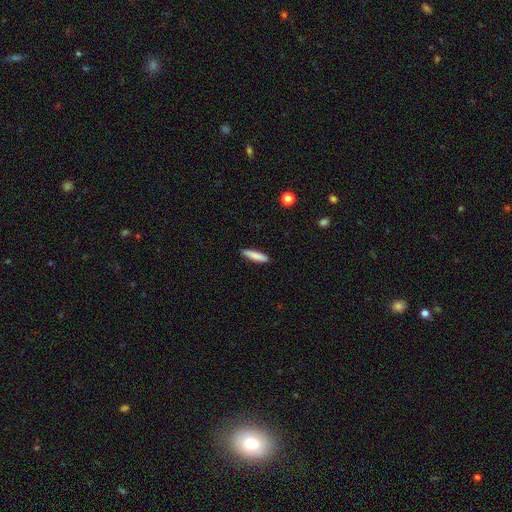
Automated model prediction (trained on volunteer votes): Smooth or featured? smooth (85%)
How rounded? cigar-shaped (83%)
Merging? none (89%)